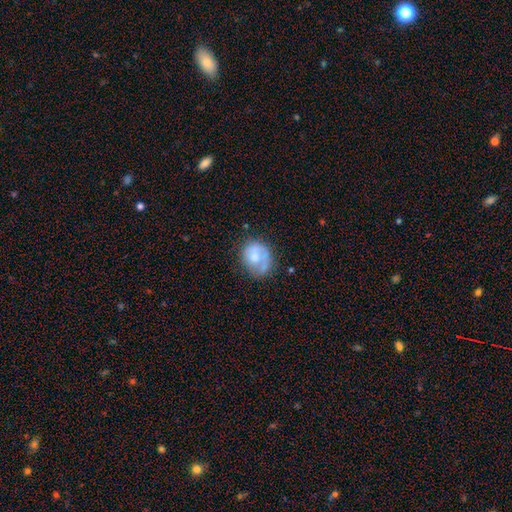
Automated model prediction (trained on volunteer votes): Smooth or featured?
  - smooth: 60% *
  - featured or disk: 32%
  - star or artifact: 7%
How rounded?
  - round: 63% *
  - in between: 36%
  - cigar-shaped: 1%
Merging?
  - none: 50% *
  - minor disturbance: 25%
  - major disturbance: 18%
  - merger: 6%